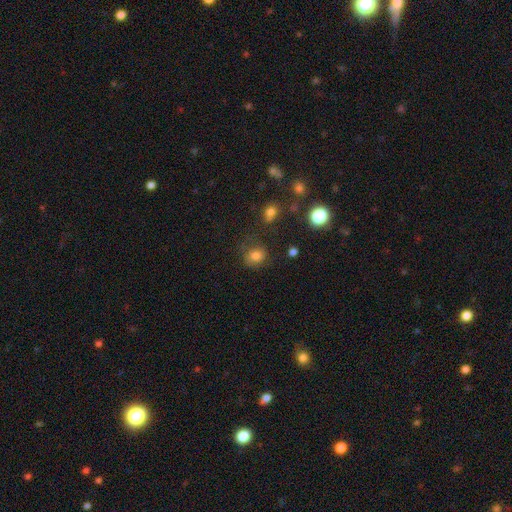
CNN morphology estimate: Smooth or featured: smooth — 74% (star or artifact — 14%)
How rounded: round — 66% (in between — 33%)
Merging: none — 63% (minor disturbance — 21%)